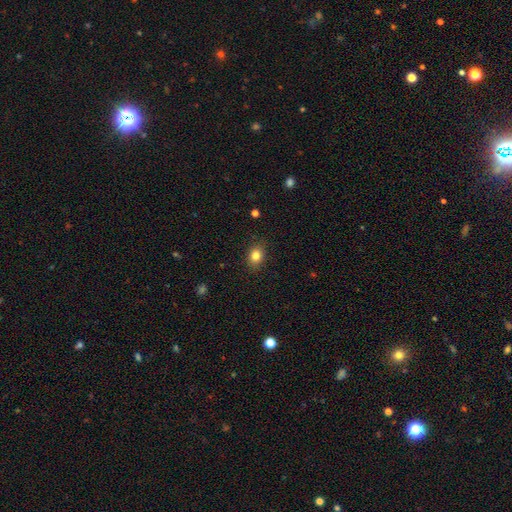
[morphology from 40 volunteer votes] Smooth or featured?
  - smooth: 88% *
  - star or artifact: 8%
  - featured or disk: 5%
How rounded?
  - in between: 57% *
  - round: 43%
  - cigar-shaped: 0%
Merging?
  - none: 86% *
  - minor disturbance: 14%
  - major disturbance: 0%
  - merger: 0%